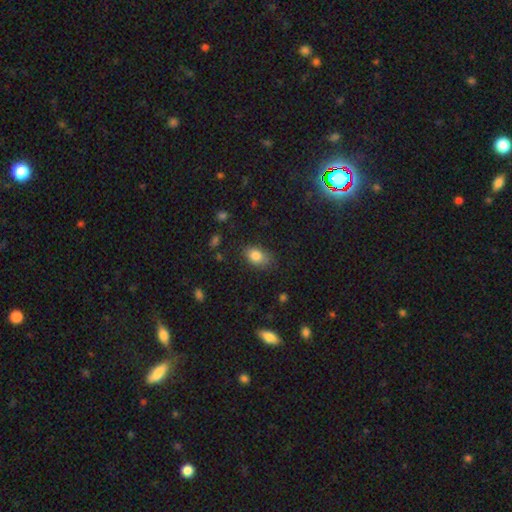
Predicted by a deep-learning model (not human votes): Smooth or featured?
  - smooth: 83% *
  - star or artifact: 9%
  - featured or disk: 8%
How rounded?
  - in between: 84% *
  - round: 15%
  - cigar-shaped: 2%
Merging?
  - none: 74% *
  - minor disturbance: 19%
  - major disturbance: 5%
  - merger: 2%